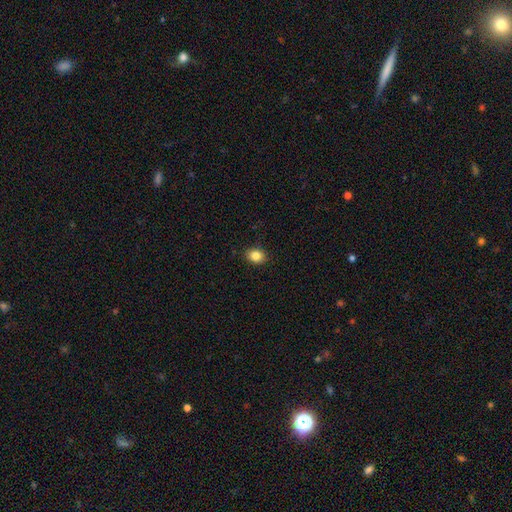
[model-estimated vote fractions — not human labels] Smooth or featured? Predicted: smooth (p=0.85). How rounded? Predicted: round (p=0.52). Merging? Predicted: none (p=0.89).